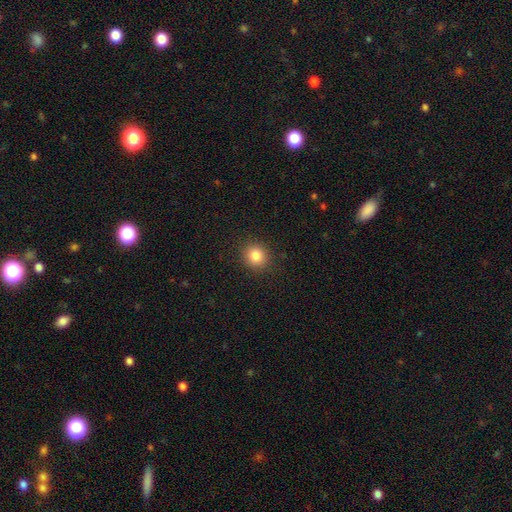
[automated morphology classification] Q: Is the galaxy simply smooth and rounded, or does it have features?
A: smooth — 84%.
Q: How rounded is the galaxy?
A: round — 86%.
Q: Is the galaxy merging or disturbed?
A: none — 90%.